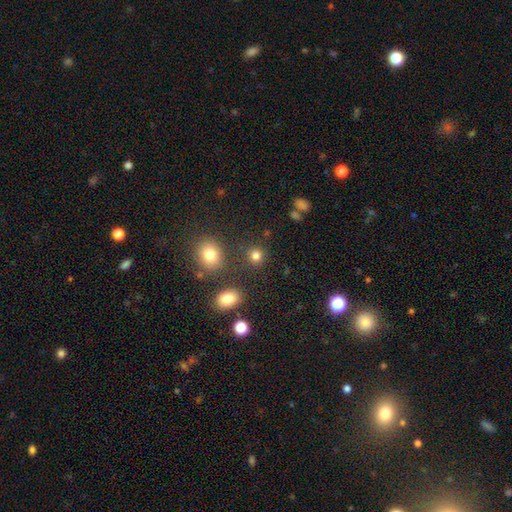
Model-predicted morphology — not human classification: A smooth galaxy with no disk features (81%) that is round (87%). Merging: none (84%).